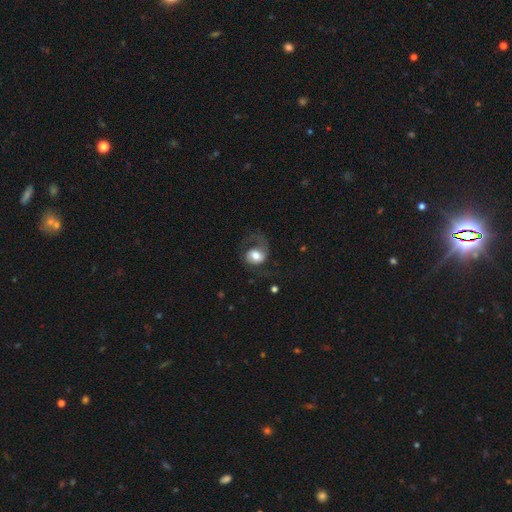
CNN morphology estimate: Smooth or featured: featured or disk — 54% (smooth — 39%)
Edge-on disk: no — 97% (yes — 3%)
Bar: no — 64% (weak — 28%)
Spiral arms: yes — 85% (no — 15%)
Bulge size: moderate — 44% (large — 39%)
Merging: none — 42% (major disturbance — 38%)